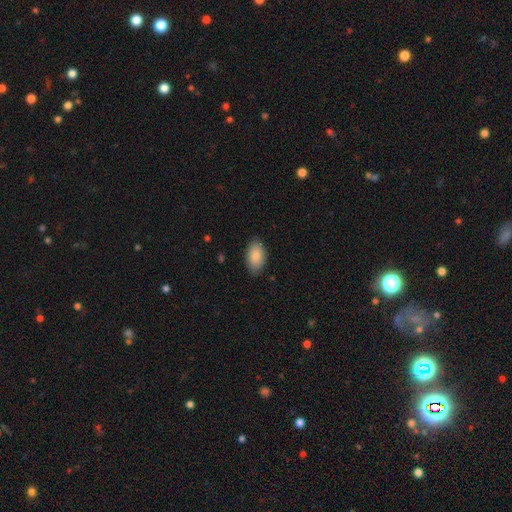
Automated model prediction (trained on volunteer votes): This appears to be a smooth galaxy with no disk features (88%) that is in between round and cigar-shaped (94%). Merging: none (86%).